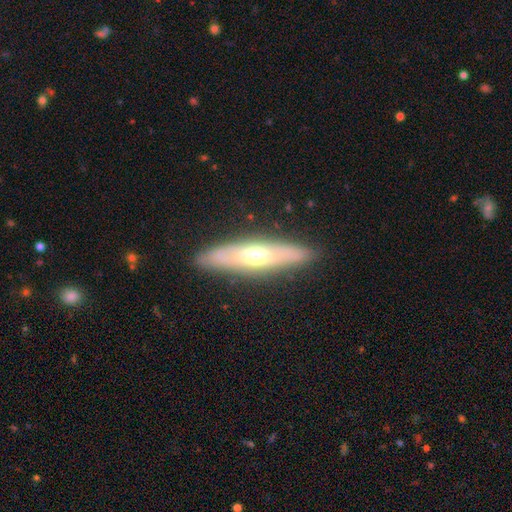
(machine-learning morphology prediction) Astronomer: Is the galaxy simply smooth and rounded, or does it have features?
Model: featured or disk — 59%.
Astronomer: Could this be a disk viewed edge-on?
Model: yes — 68%.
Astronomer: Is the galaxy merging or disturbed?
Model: none — 86%.